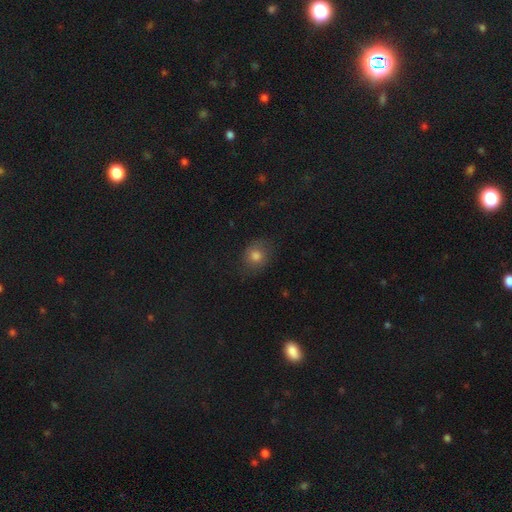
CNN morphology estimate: A smooth galaxy with no disk features (76%) that is round (63%). Merging: none (75%).